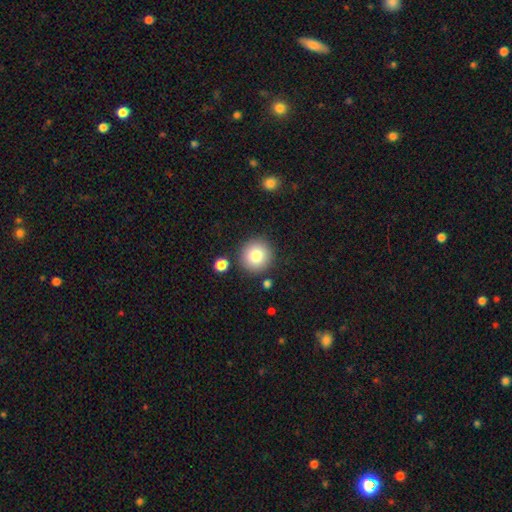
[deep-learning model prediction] This is clearly a smooth galaxy (81%). How rounded: clearly round (94%). Merging: clearly none (86%).